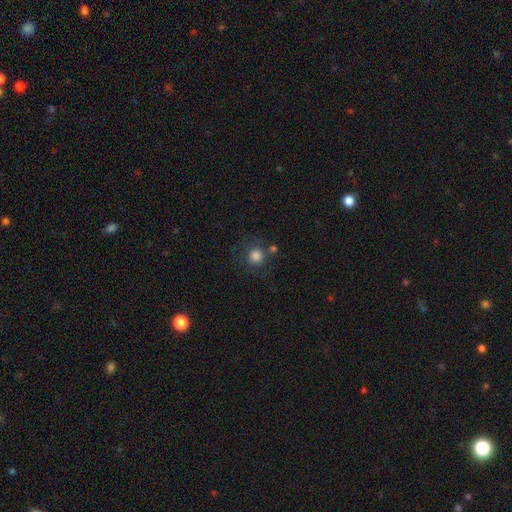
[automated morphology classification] smooth_or_featured: smooth (p=0.80) [alt: star or artifact p=0.11]
how_rounded: round (p=0.91) [alt: in between p=0.08]
merging: none (p=0.70) [alt: minor disturbance p=0.14]